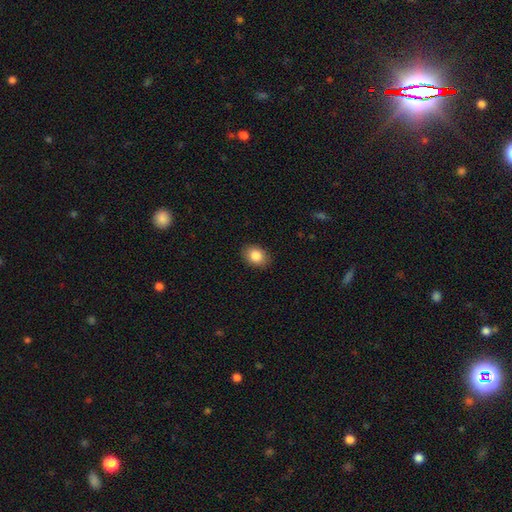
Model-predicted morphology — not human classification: smooth_or_featured: smooth (p=0.86) [alt: star or artifact p=0.08]
how_rounded: in between (p=0.67) [alt: round p=0.32]
merging: none (p=0.89) [alt: minor disturbance p=0.08]